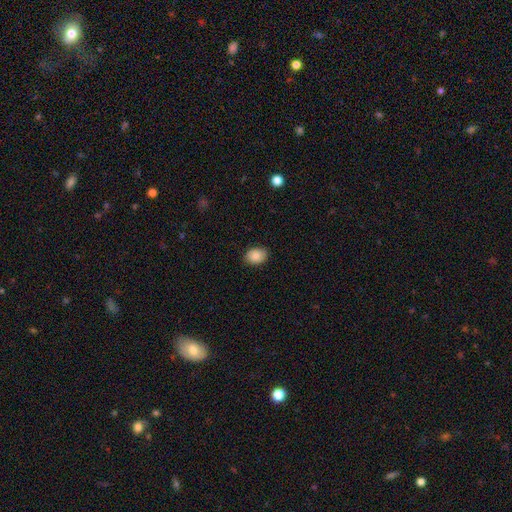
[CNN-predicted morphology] Smooth or featured? smooth (88%)
How rounded? in between (72%)
Merging? none (87%)